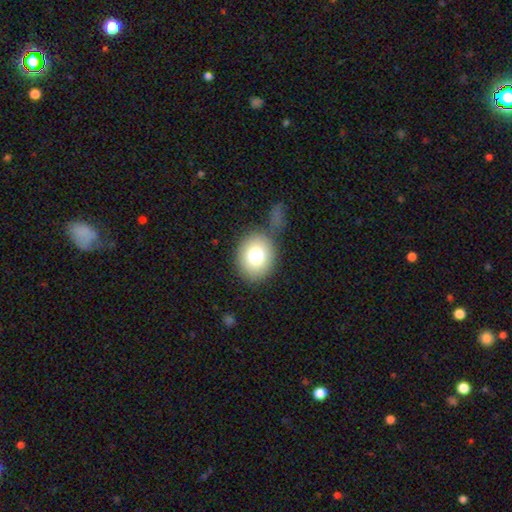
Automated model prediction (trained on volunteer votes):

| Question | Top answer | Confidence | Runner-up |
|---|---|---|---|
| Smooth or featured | smooth | 79% | featured or disk (12%) |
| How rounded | round | 57% | in between (42%) |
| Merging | none | 71% | minor disturbance (13%) |